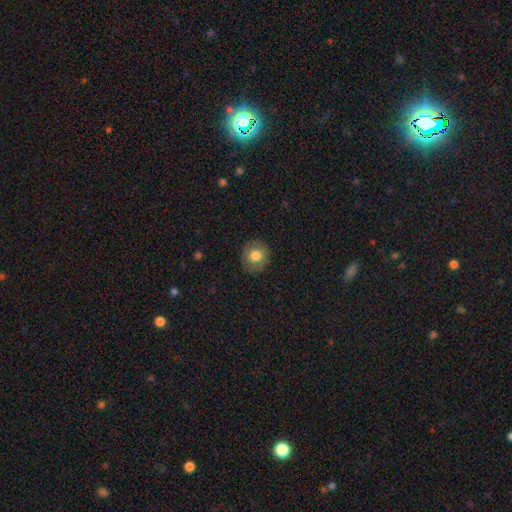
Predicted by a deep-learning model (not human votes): smooth_or_featured: smooth (p=0.76) [alt: featured or disk p=0.15]
how_rounded: round (p=0.85) [alt: in between p=0.14]
merging: none (p=0.87) [alt: minor disturbance p=0.09]